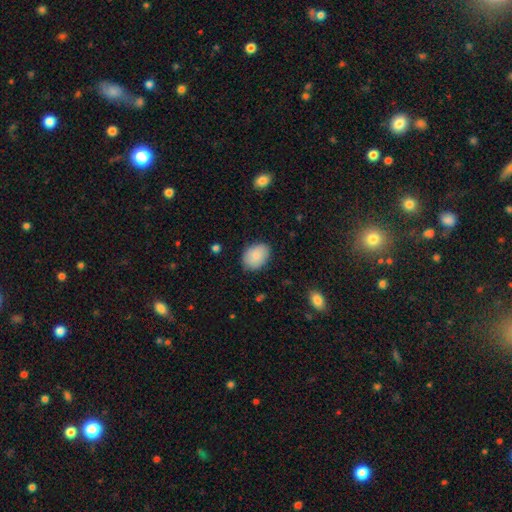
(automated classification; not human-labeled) smooth-or-featured: smooth: 84% | featured or disk: 10% | star or artifact: 7%
  how-rounded: in between: 73% | round: 26% | cigar-shaped: 1%
  merging: none: 83% | minor disturbance: 13% | major disturbance: 3% | merger: 1%